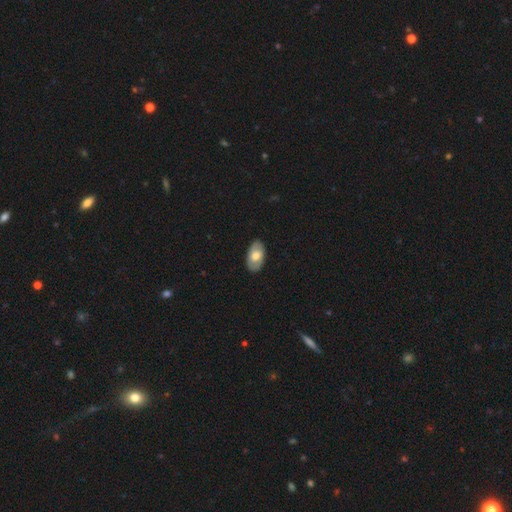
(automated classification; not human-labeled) Smooth or featured?
  - smooth: 62% *
  - featured or disk: 33%
  - star or artifact: 6%
How rounded?
  - in between: 94% *
  - round: 5%
  - cigar-shaped: 2%
Merging?
  - none: 86% *
  - minor disturbance: 11%
  - major disturbance: 2%
  - merger: 1%